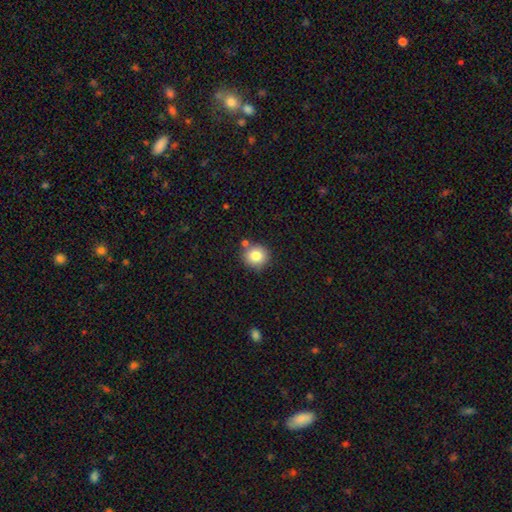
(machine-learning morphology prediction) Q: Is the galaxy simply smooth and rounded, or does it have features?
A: smooth — 82%.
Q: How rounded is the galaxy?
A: round — 90%.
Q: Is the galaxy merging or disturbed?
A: none — 79%.